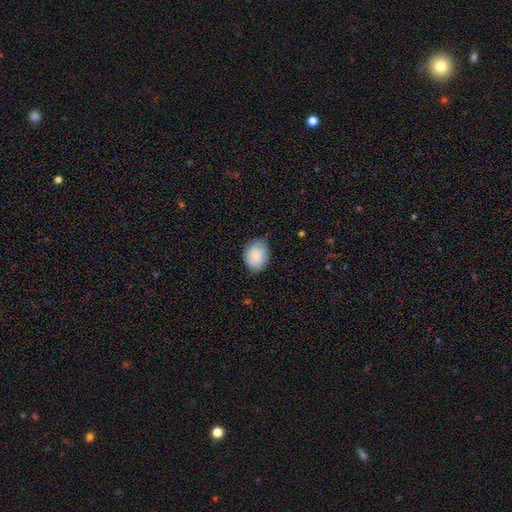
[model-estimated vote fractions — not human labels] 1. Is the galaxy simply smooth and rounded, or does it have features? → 87% smooth, 7% featured or disk, 6% star or artifact.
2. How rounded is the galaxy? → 65% in between, 34% round, 1% cigar-shaped.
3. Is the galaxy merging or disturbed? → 75% none, 20% minor disturbance, 4% major disturbance, 1% merger.